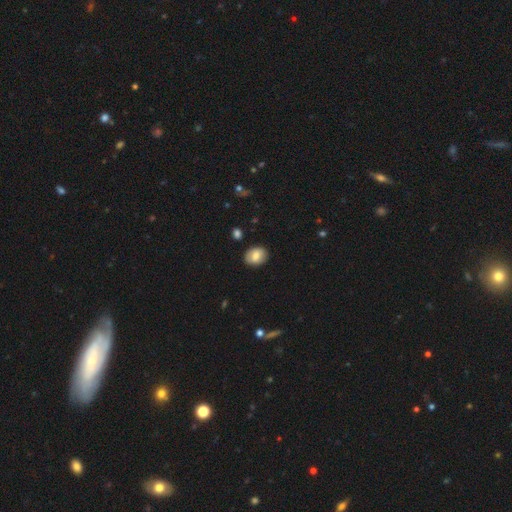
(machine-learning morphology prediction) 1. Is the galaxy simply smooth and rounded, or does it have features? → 74% smooth, 18% featured or disk, 8% star or artifact.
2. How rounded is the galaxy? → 65% in between, 34% round, 1% cigar-shaped.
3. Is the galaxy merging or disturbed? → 85% none, 11% minor disturbance, 2% major disturbance, 1% merger.